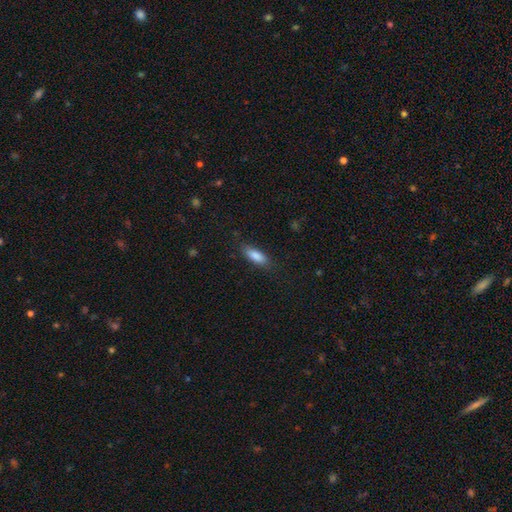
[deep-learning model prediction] This is clearly a smooth galaxy (85%). How rounded: likely in between (67%). Merging: clearly none (82%).